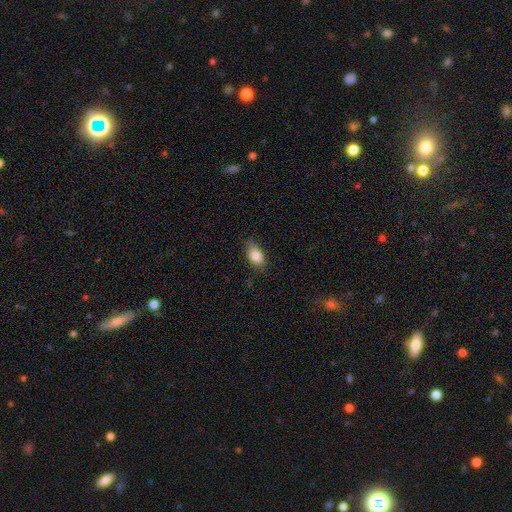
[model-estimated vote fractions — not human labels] Smooth or featured?
  - smooth: 86% *
  - star or artifact: 7%
  - featured or disk: 7%
How rounded?
  - in between: 89% *
  - round: 9%
  - cigar-shaped: 3%
Merging?
  - none: 74% *
  - minor disturbance: 20%
  - major disturbance: 4%
  - merger: 1%